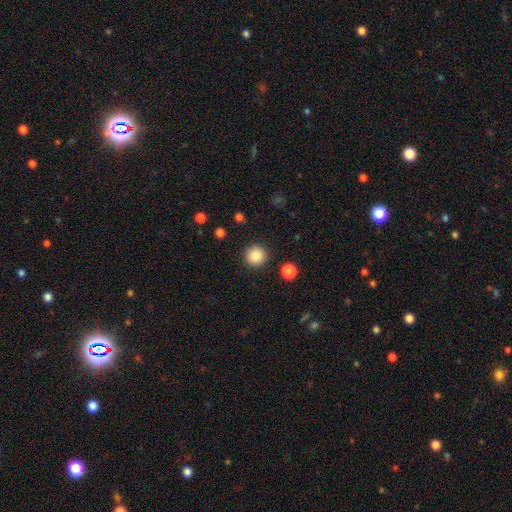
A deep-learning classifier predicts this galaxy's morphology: Smooth or featured: smooth — 87% (star or artifact — 9%)
How rounded: round — 95% (in between — 4%)
Merging: none — 91% (minor disturbance — 5%)